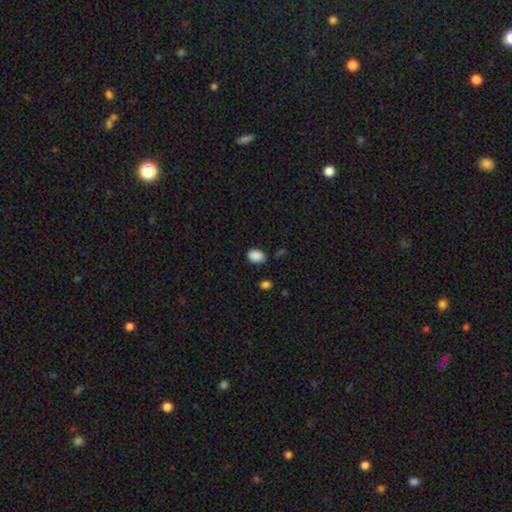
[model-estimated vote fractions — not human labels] A smooth galaxy with no disk features (89%) that is in between round and cigar-shaped (74%). Merging: none (78%).